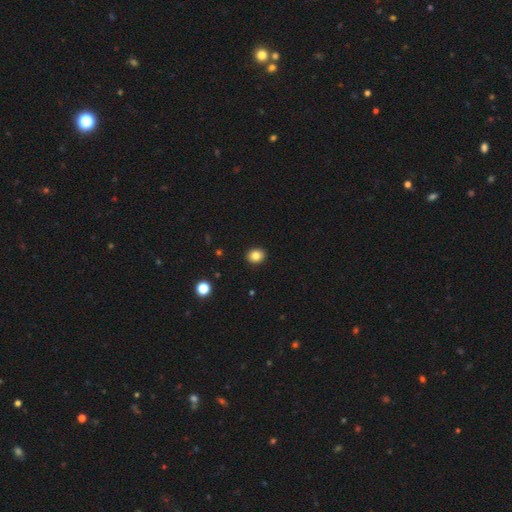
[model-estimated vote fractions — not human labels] The model was most divided on "how rounded": round: 57%, in between: 42%, cigar-shaped: 1%. More confident: merging — none (91%); smooth or featured — smooth (83%).